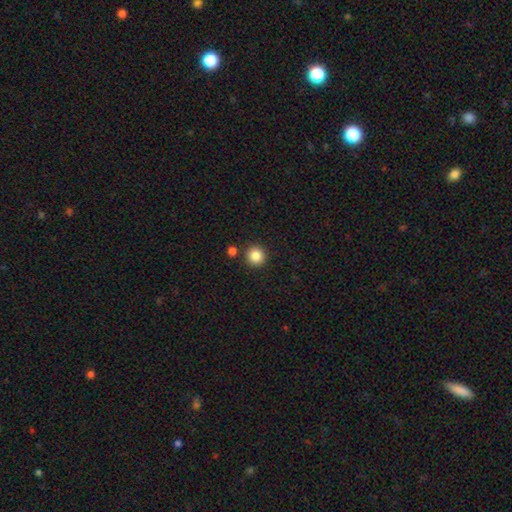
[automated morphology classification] The model was most divided on "smooth or featured": smooth: 86%, star or artifact: 10%, featured or disk: 4%. More confident: how rounded — round (94%); merging — none (87%).